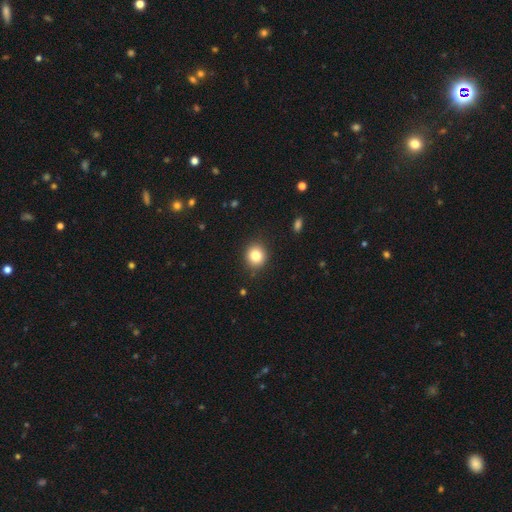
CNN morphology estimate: A smooth galaxy with no disk features (82%) that is round (83%).

Vote fractions:
- Smooth or featured? smooth: 82% / star or artifact: 11% / featured or disk: 7%
- How rounded? round: 83% / in between: 16% / cigar-shaped: 1%
- Merging? none: 89% / minor disturbance: 8% / major disturbance: 2% / merger: 1%